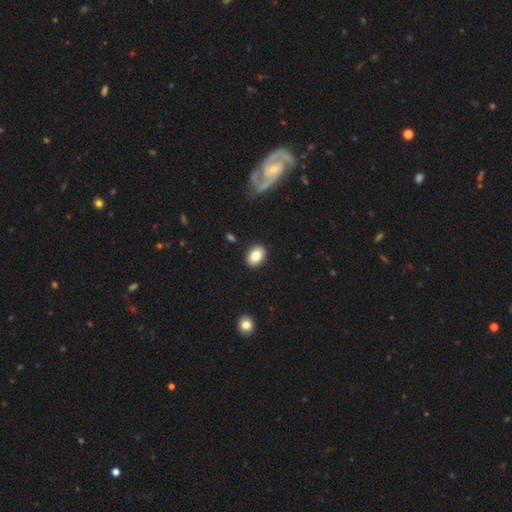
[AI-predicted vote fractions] A smooth galaxy with no disk features (83%) that is in between round and cigar-shaped (76%). Merging: none (90%).